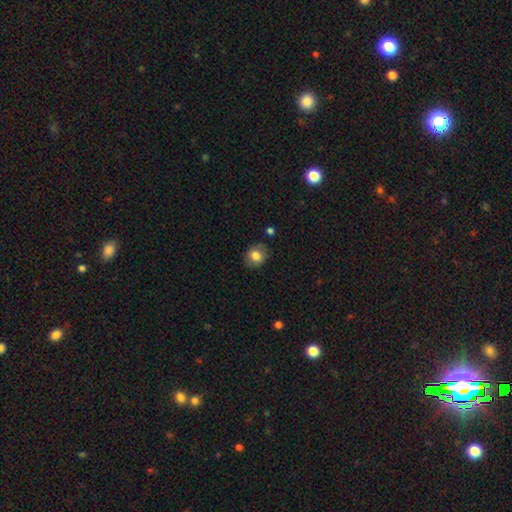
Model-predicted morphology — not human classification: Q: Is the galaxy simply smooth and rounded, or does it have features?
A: smooth — 80%.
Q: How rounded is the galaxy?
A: round — 70%.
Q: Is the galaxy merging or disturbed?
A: none — 82%.